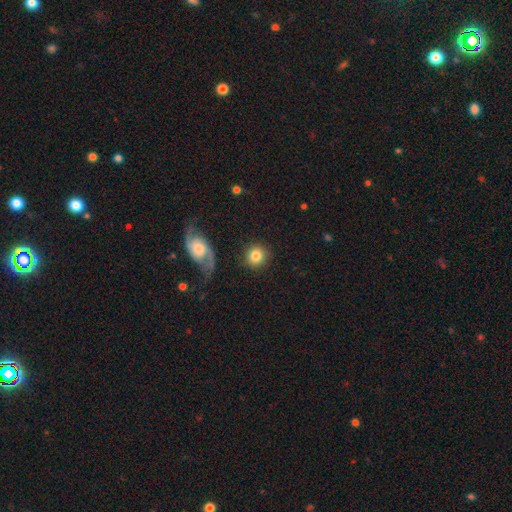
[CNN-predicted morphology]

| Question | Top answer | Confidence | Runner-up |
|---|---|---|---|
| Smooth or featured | smooth | 80% | featured or disk (11%) |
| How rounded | round | 91% | in between (8%) |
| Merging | none | 85% | minor disturbance (8%) |